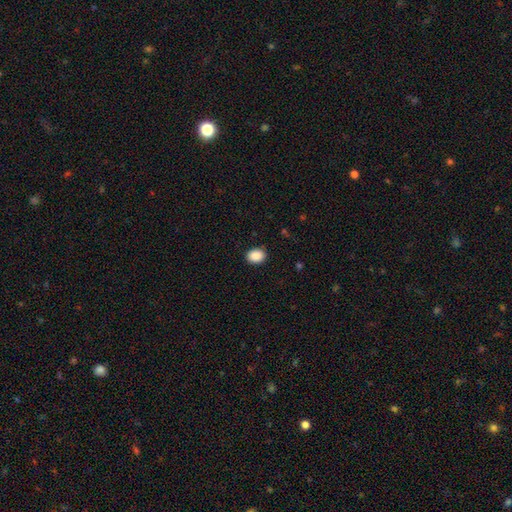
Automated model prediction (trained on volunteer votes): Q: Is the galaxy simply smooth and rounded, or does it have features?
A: smooth — 89%.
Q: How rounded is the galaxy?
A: in between — 60%.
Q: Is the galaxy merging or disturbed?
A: none — 88%.